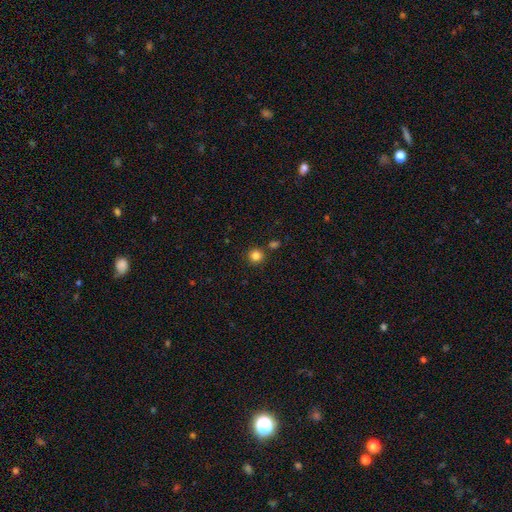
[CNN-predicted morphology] smooth-or-featured: smooth: 83% | star or artifact: 12% | featured or disk: 4%
  how-rounded: round: 93% | in between: 6% | cigar-shaped: 1%
  merging: none: 84% | merger: 7% | minor disturbance: 7% | major disturbance: 2%